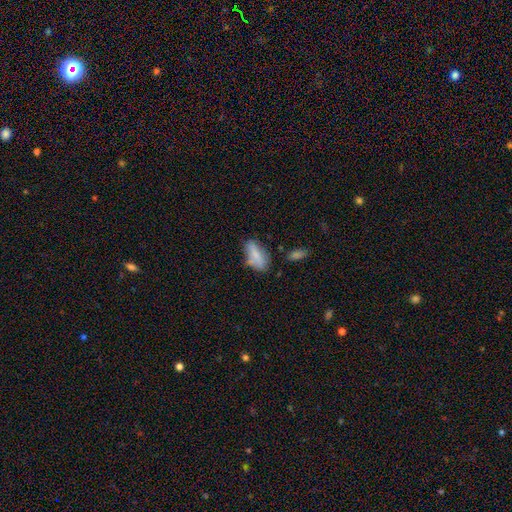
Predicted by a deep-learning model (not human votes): smooth 76%, featured or disk 15%, star or artifact 9%. Down the decision tree: how rounded — in between (84%); merging — none (51%).